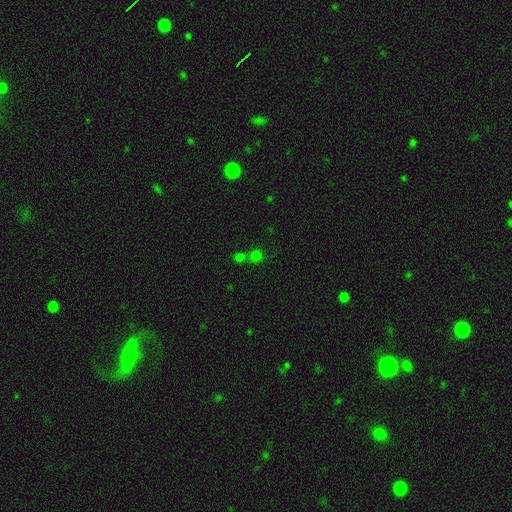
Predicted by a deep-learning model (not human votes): A smooth galaxy with no disk features (60%) that is round (88%). Merging: none (57%).